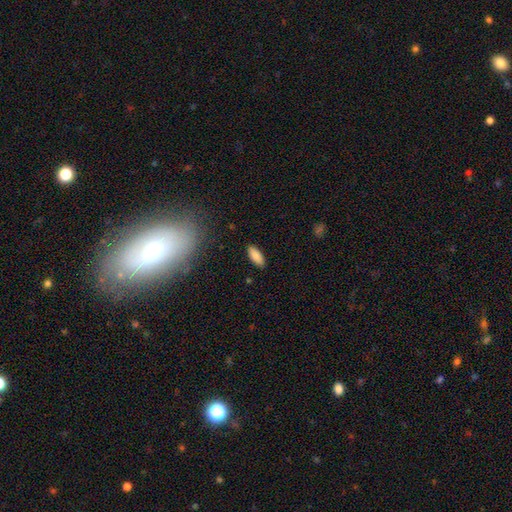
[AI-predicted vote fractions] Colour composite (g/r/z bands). It shows a smooth galaxy with no disk features (87%) that is in between round and cigar-shaped (80%). Merging: none (88%).